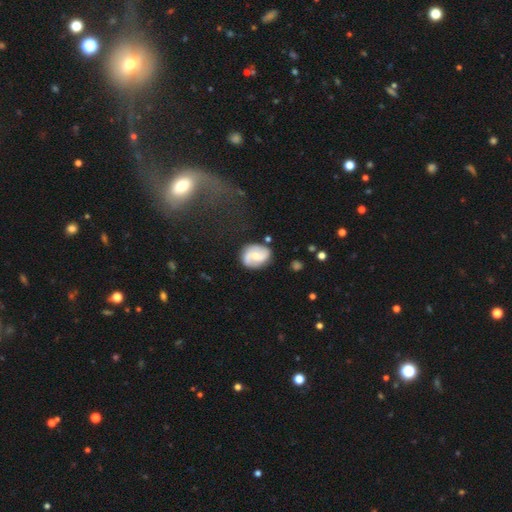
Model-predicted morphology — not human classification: type=featured or disk (70%); edge-on=no (98%); bar=no (53%); spiral arms=yes (92%); winding=medium (43%); arm count=2 (85%); bulge=moderate (52%); merging=none (76%).